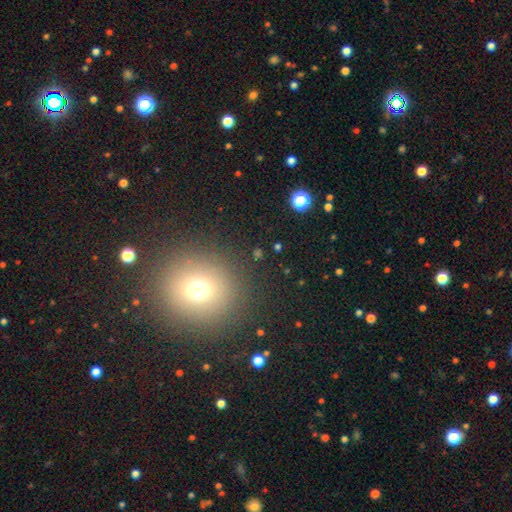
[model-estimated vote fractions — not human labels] Smooth or featured? Predicted: smooth (p=0.60). How rounded? Predicted: round (p=0.87). Merging? Predicted: none (p=0.86).